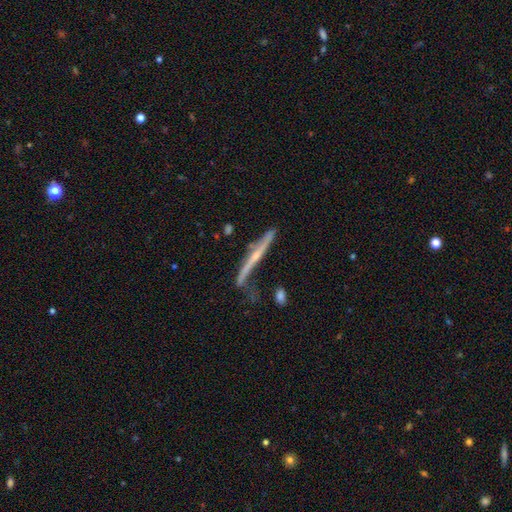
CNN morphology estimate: This appears to be a featured or disk galaxy (76%) viewed edge-on (89%) with a rounded central bulge (67%). Merging: none (55%).